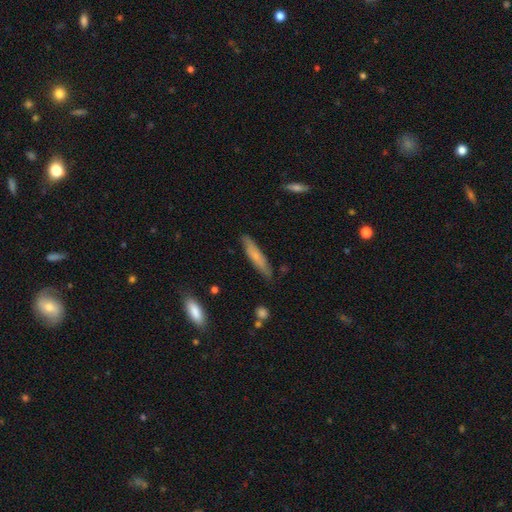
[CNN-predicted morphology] smooth 66%, featured or disk 28%, star or artifact 6%. Down the decision tree: how rounded — cigar-shaped (85%); merging — none (82%).